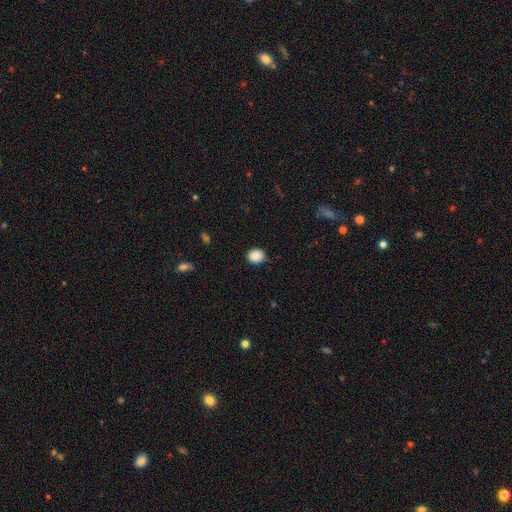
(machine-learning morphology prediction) smooth 89%, star or artifact 9%, featured or disk 3%. Down the decision tree: how rounded — round (71%); merging — none (87%).